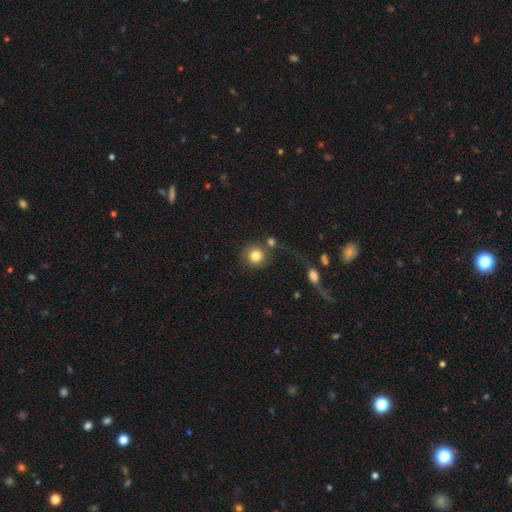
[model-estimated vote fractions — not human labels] Smooth or featured?
  - smooth: 83% *
  - star or artifact: 9%
  - featured or disk: 9%
How rounded?
  - round: 89% *
  - in between: 9%
  - cigar-shaped: 1%
Merging?
  - none: 62% *
  - merger: 17%
  - minor disturbance: 12%
  - major disturbance: 9%